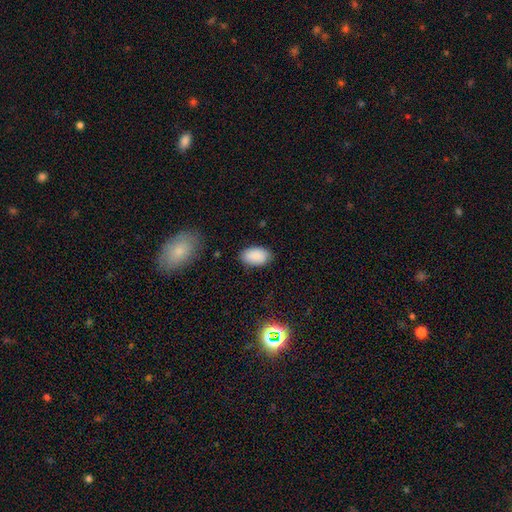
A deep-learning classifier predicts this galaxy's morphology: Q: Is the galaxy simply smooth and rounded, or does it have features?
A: smooth — 89%.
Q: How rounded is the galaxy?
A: in between — 93%.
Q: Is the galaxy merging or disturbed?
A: none — 84%.